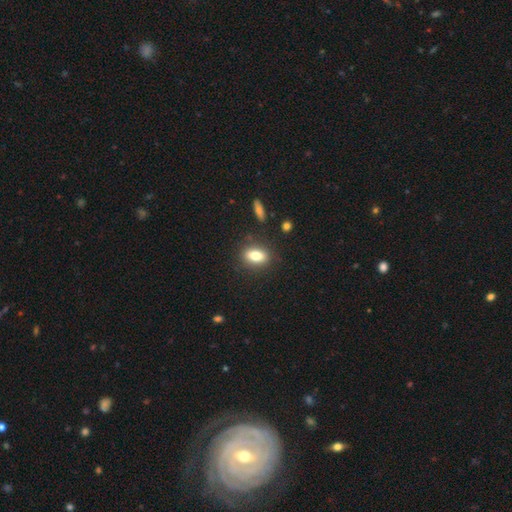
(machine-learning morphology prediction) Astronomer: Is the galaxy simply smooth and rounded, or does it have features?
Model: smooth — 79%.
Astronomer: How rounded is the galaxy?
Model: in between — 79%.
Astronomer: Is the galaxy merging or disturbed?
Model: none — 84%.